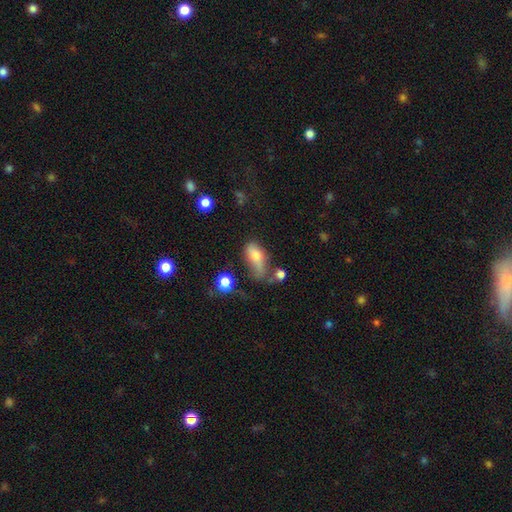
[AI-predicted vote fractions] Smooth or featured? Predicted: smooth (p=0.66). How rounded? Predicted: in between (p=0.83). Merging? Predicted: major disturbance (p=0.32).